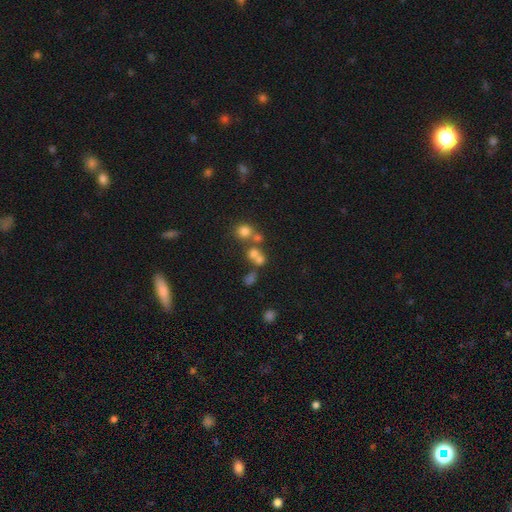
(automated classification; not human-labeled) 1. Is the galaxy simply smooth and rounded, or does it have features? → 60% smooth, 20% star or artifact, 20% featured or disk.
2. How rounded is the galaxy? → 77% round, 21% in between, 2% cigar-shaped.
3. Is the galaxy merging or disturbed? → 46% merger, 40% none, 8% minor disturbance, 6% major disturbance.